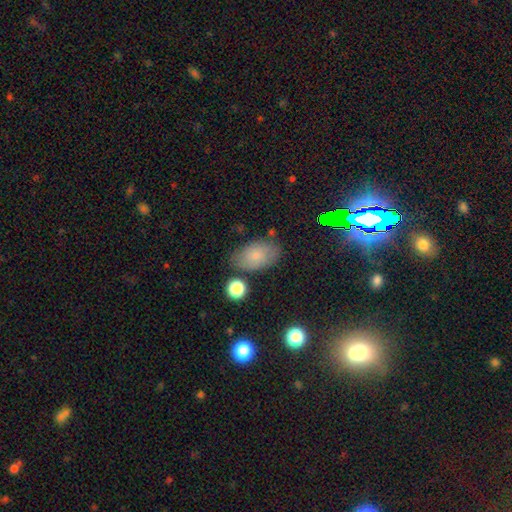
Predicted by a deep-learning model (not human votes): A smooth galaxy with no disk features (71%) that is in between round and cigar-shaped (90%).

Vote fractions:
- Smooth or featured? smooth: 71% / featured or disk: 19% / star or artifact: 10%
- How rounded? in between: 90% / round: 9% / cigar-shaped: 2%
- Merging? none: 71% / minor disturbance: 19% / major disturbance: 5% / merger: 5%